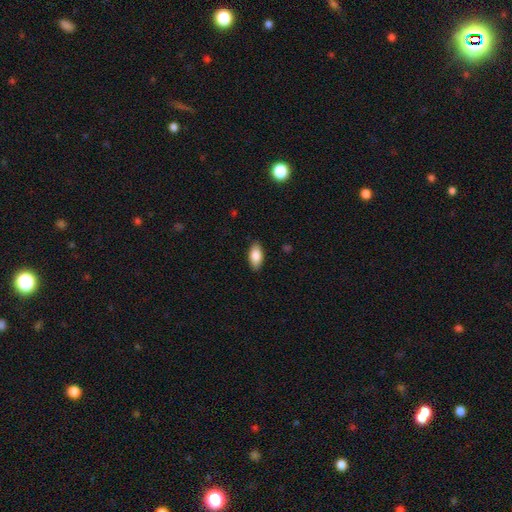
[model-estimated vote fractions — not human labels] Smooth or featured? smooth (85%)
How rounded? in between (92%)
Merging? none (87%)